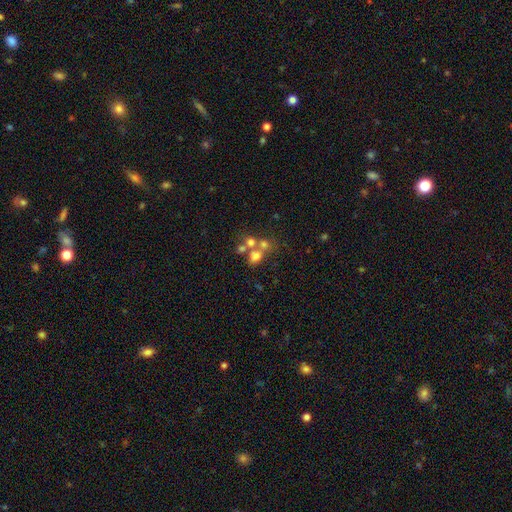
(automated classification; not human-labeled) This is possibly a smooth galaxy (59%). How rounded: possibly round (57%). Merging: possibly merger (52%).